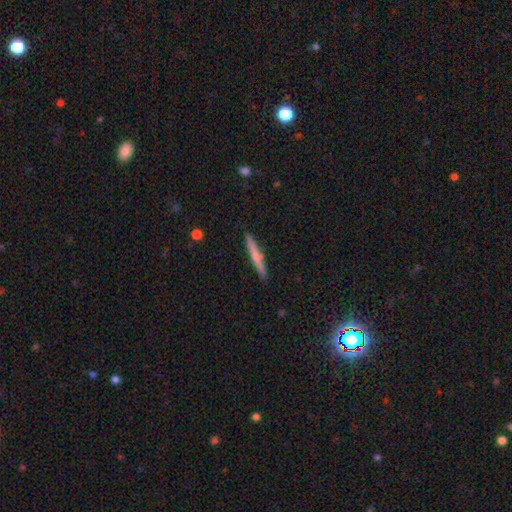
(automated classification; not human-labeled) This appears to be a smooth galaxy with no disk features (60%) that is cigar-shaped (96%). Merging: none (90%).